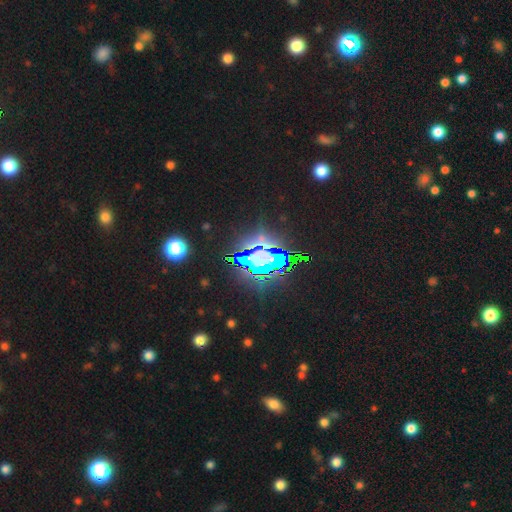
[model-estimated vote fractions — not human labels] The model was most divided on "smooth or featured": star or artifact: 68%, smooth: 17%, featured or disk: 15%.